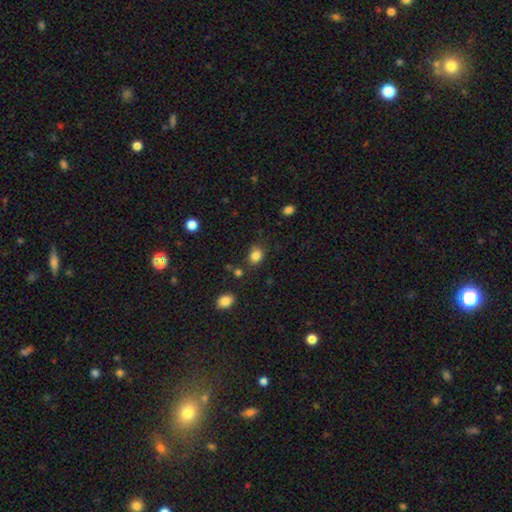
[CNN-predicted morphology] Smooth or featured: smooth — 84% (star or artifact — 11%)
How rounded: in between — 54% (round — 45%)
Merging: none — 76% (minor disturbance — 16%)